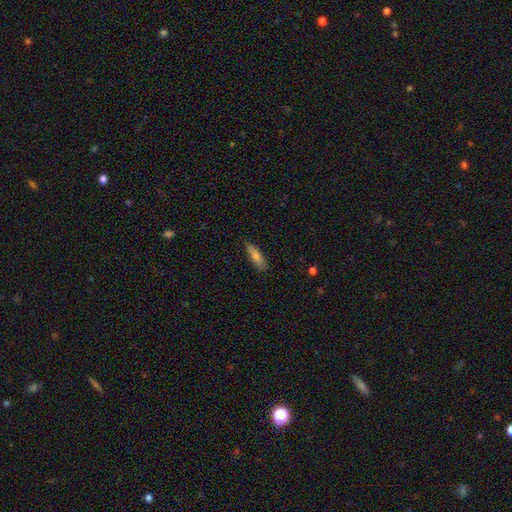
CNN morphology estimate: A smooth galaxy with no disk features (67%) that is cigar-shaped (66%). Merging: none (82%).